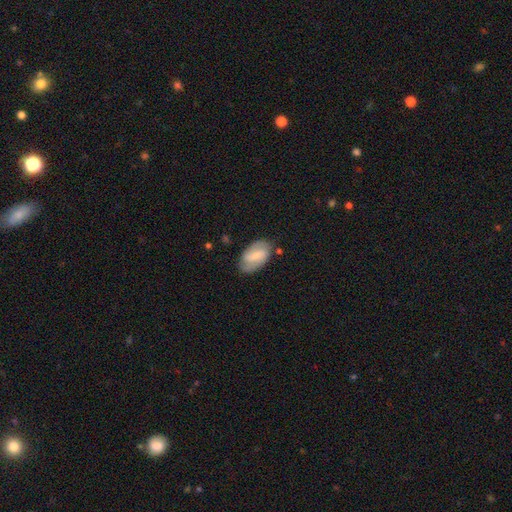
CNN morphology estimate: This appears to be a featured or disk galaxy (54%) with a weak bar (49%), spiral arms (81%) and a small central bulge (53%). Merging: none (73%).